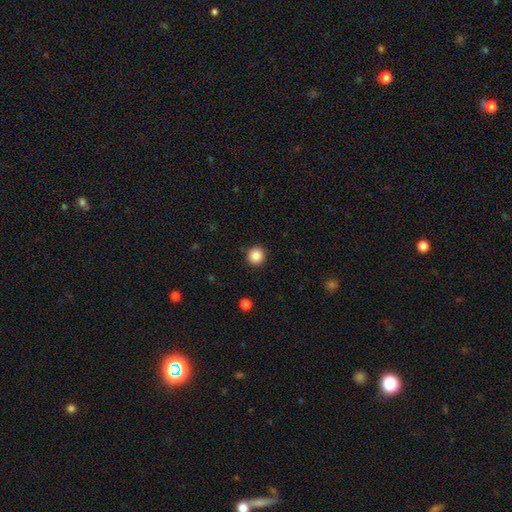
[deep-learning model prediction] A smooth galaxy with no disk features (86%) that is round (95%).

Vote fractions:
- Smooth or featured? smooth: 86% / star or artifact: 10% / featured or disk: 4%
- How rounded? round: 95% / in between: 4% / cigar-shaped: 1%
- Merging? none: 92% / minor disturbance: 5% / major disturbance: 2% / merger: 1%